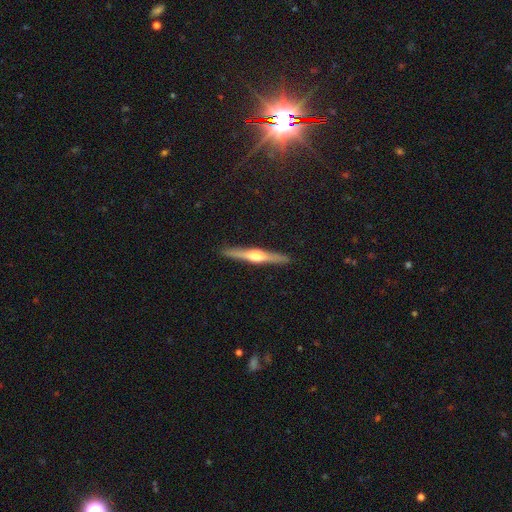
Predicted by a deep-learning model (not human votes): Morphology: type=featured or disk (75%); edge-on=yes (98%); edge-on bulge=rounded (91%); merging=none (92%).